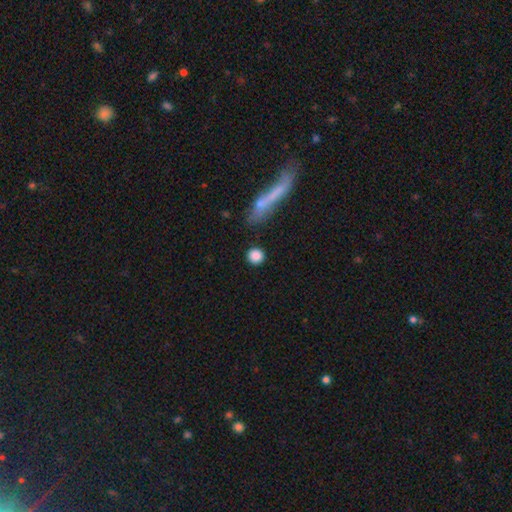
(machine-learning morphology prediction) type=smooth (87%); roundness=round (91%); merging=none (87%).